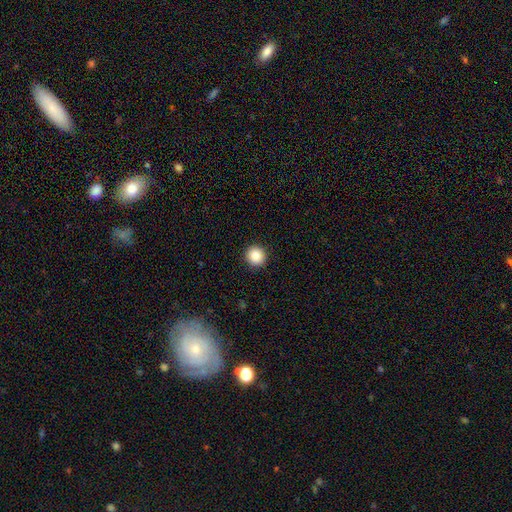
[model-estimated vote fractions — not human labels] Smooth or featured? Predicted: smooth (p=0.88). How rounded? Predicted: round (p=0.93). Merging? Predicted: none (p=0.93).